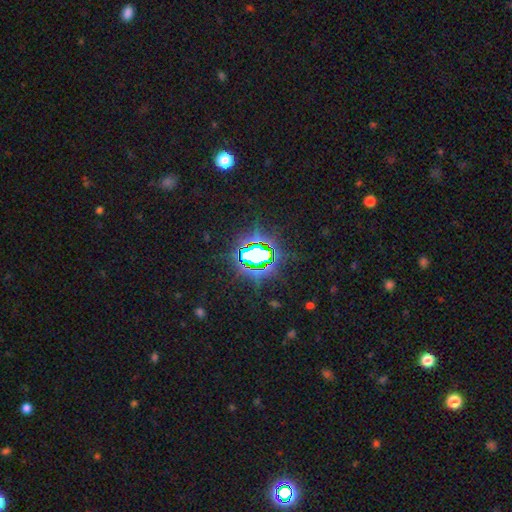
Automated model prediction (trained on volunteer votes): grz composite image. It shows a star or artifact, not a galaxy (79%).